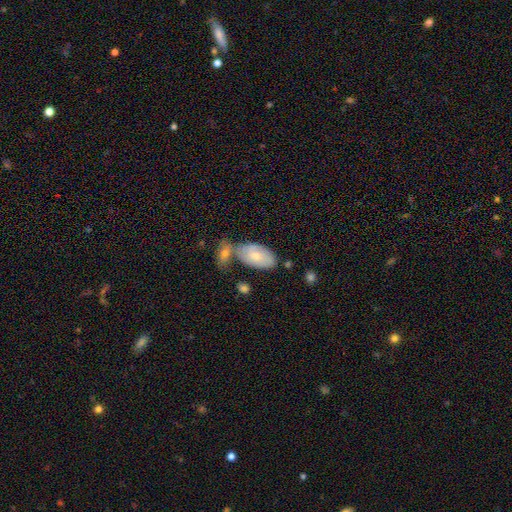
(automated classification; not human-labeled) Morphology: type=smooth (71%); roundness=in between (94%); merging=none (47%).